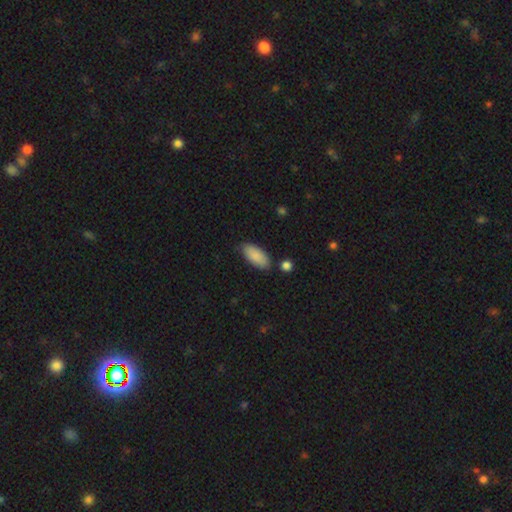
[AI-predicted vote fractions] A smooth galaxy with no disk features (88%) that is in between round and cigar-shaped (88%). Merging: none (78%).